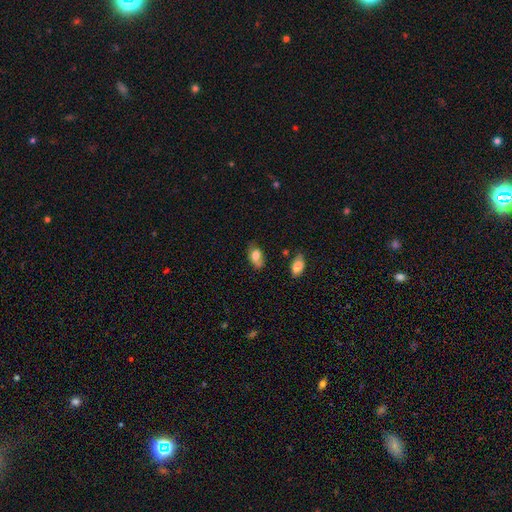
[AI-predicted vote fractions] smooth 73%, featured or disk 19%, star or artifact 8%. Down the decision tree: how rounded — in between (89%); merging — none (54%).